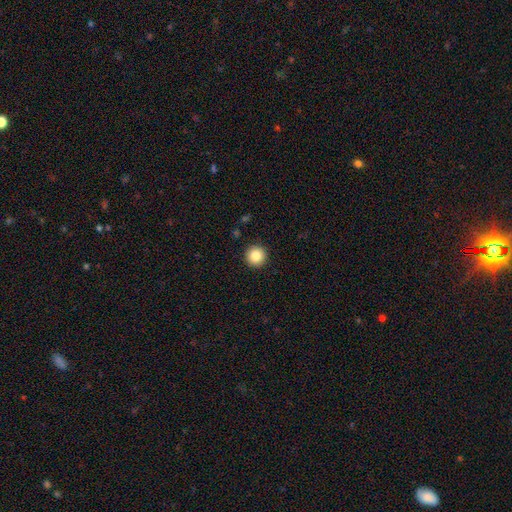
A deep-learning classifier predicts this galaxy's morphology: This is clearly a smooth galaxy (86%). How rounded: clearly round (96%). Merging: clearly none (93%).